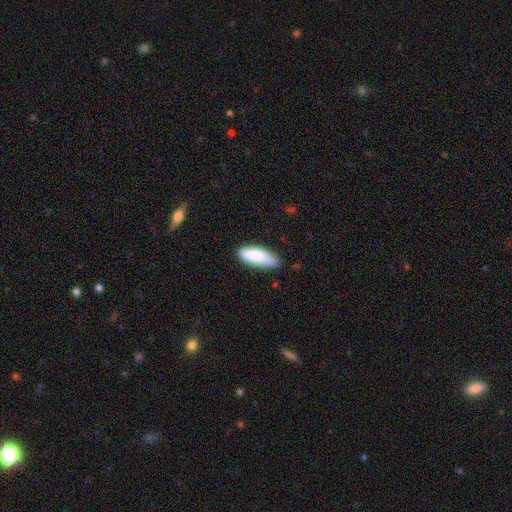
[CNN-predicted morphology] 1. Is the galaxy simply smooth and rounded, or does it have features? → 83% smooth, 11% featured or disk, 6% star or artifact.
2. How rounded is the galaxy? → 64% in between, 34% cigar-shaped, 2% round.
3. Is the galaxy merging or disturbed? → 79% none, 16% minor disturbance, 3% major disturbance, 2% merger.